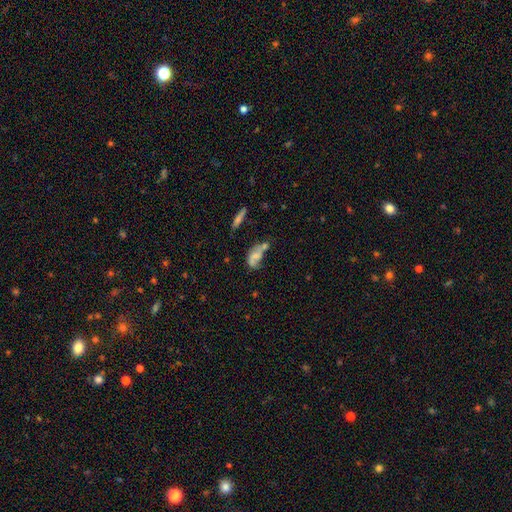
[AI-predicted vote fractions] A smooth galaxy with no disk features (49%).

Vote fractions:
- Smooth or featured? smooth: 49% / featured or disk: 40% / star or artifact: 12%
- Merging? merger: 31% / none: 27% / minor disturbance: 21% / major disturbance: 21%